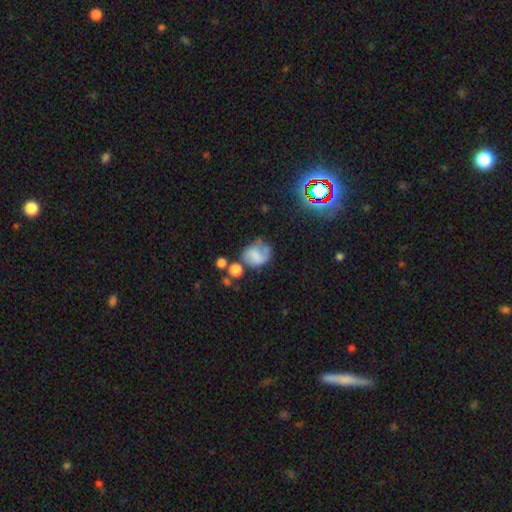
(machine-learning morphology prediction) Q: Smooth or featured?
A: smooth (55%); runner-up: featured or disk (32%)
Q: How rounded?
A: round (58%); runner-up: in between (41%)
Q: Merging?
A: none (39%); runner-up: minor disturbance (28%)